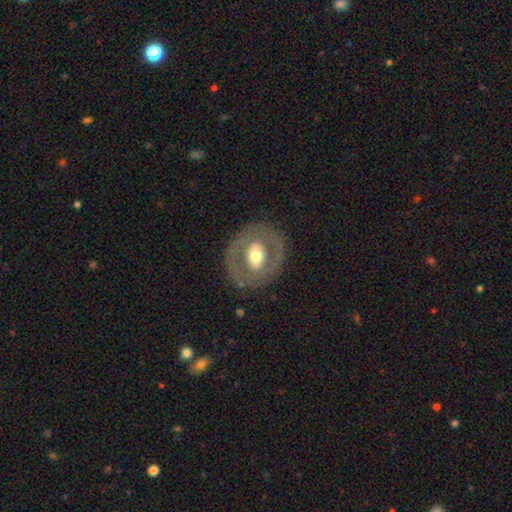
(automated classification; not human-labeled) The model was most divided on "smooth or featured": featured or disk: 58%, smooth: 36%, star or artifact: 6%. More confident: edge-on disk — no (94%); spiral arms — no (81%); merging — none (80%); bulge size — moderate (64%); bar — no (60%).